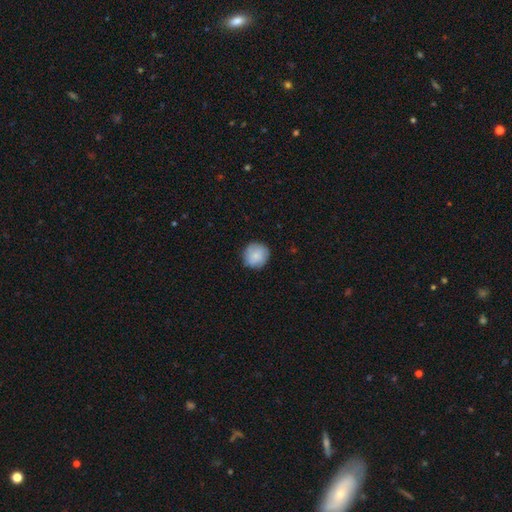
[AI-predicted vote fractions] The model was most divided on "smooth or featured": smooth: 82%, featured or disk: 11%, star or artifact: 7%. More confident: how rounded — round (93%); merging — none (85%).